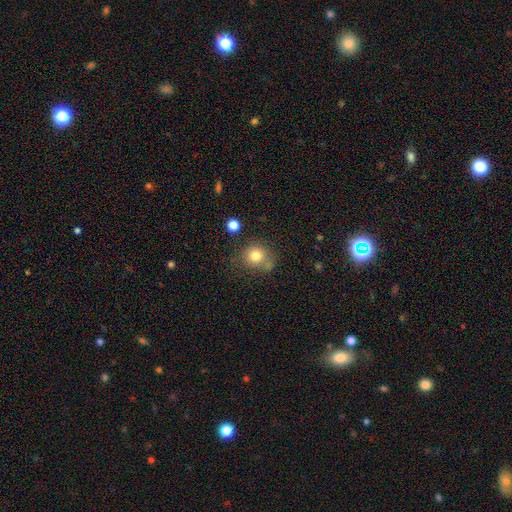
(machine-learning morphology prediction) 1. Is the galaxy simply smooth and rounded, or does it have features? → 78% smooth, 12% star or artifact, 10% featured or disk.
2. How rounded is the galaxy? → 84% round, 15% in between, 1% cigar-shaped.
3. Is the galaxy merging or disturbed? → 63% none, 17% minor disturbance, 13% merger, 7% major disturbance.